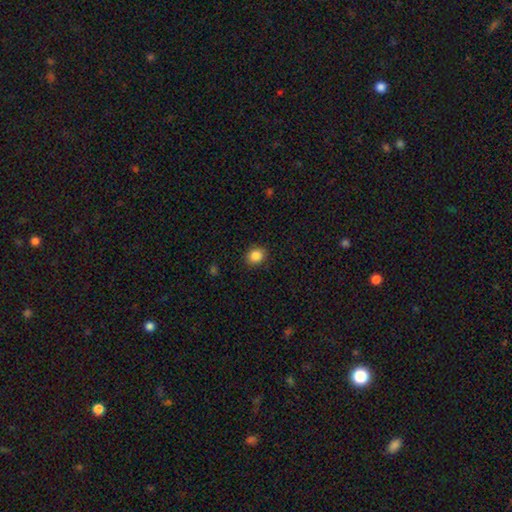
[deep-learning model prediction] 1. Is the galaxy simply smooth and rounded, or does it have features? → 86% smooth, 10% star or artifact, 4% featured or disk.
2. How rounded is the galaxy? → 68% round, 32% in between, 1% cigar-shaped.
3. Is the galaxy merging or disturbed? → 89% none, 7% minor disturbance, 2% major disturbance, 1% merger.